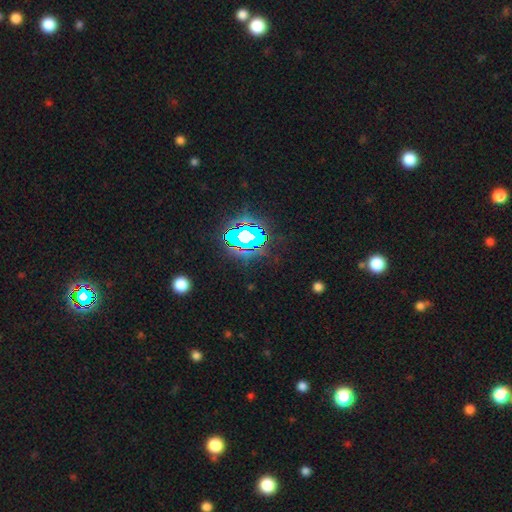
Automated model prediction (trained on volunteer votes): Q: Smooth or featured?
A: star or artifact (79%); runner-up: smooth (12%)